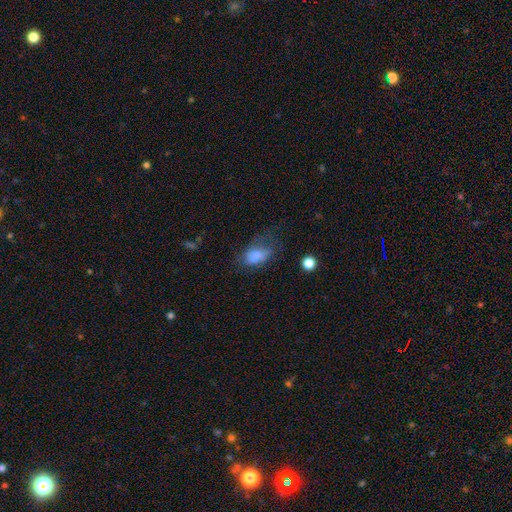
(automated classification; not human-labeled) The model was most divided on "merging": none: 35%, major disturbance: 32%, minor disturbance: 28%, merger: 5%. More confident: how rounded — in between (86%); smooth or featured — smooth (71%).